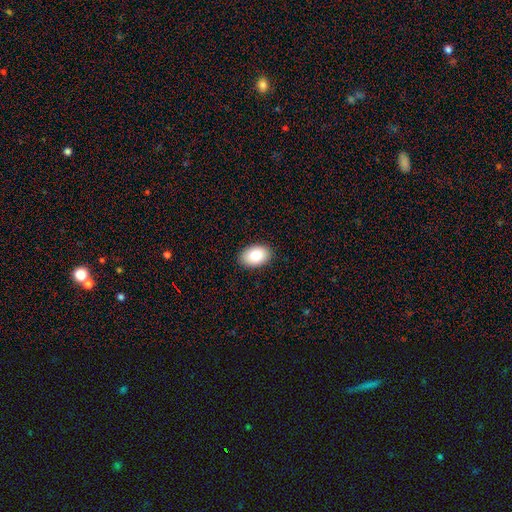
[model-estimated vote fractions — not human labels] smooth_or_featured: smooth (p=0.84) [alt: featured or disk p=0.08]
how_rounded: in between (p=0.89) [alt: round p=0.10]
merging: none (p=0.90) [alt: minor disturbance p=0.08]